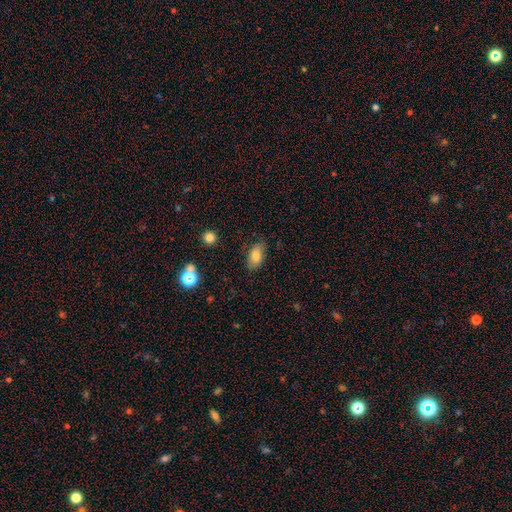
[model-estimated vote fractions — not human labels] This appears to be a smooth galaxy with no disk features (78%) that is in between round and cigar-shaped (91%). Merging: none (79%).